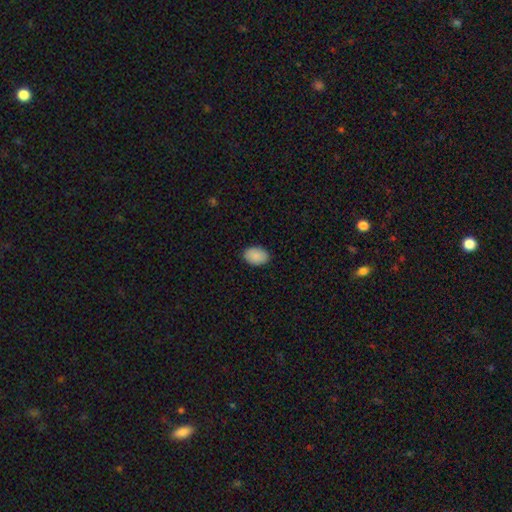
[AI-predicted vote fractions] Q: Smooth or featured?
A: smooth (89%); runner-up: star or artifact (7%)
Q: How rounded?
A: in between (84%); runner-up: round (15%)
Q: Merging?
A: none (89%); runner-up: minor disturbance (8%)